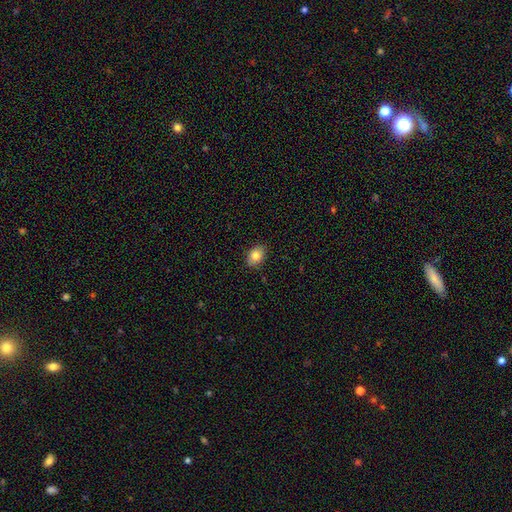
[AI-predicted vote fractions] This is clearly a smooth galaxy (82%). How rounded: likely in between (74%). Merging: clearly none (87%).